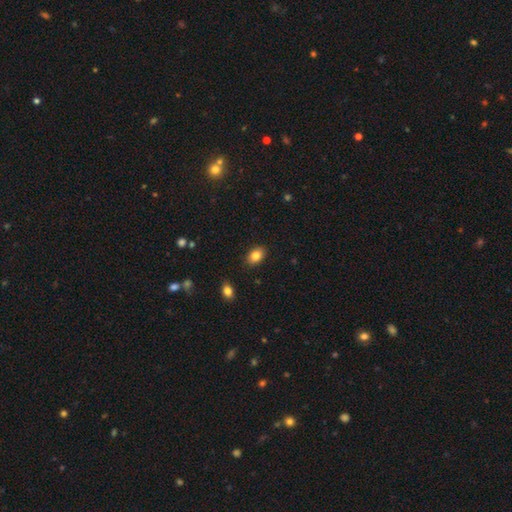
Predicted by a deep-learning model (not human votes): smooth-or-featured: smooth: 83% | star or artifact: 9% | featured or disk: 8%
  how-rounded: in between: 84% | round: 15% | cigar-shaped: 1%
  merging: none: 88% | minor disturbance: 9% | major disturbance: 2% | merger: 1%